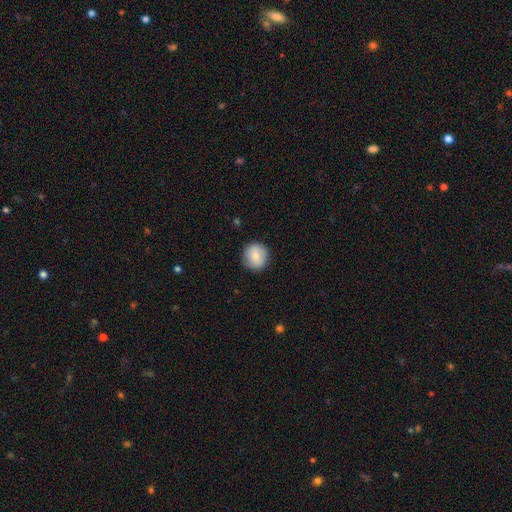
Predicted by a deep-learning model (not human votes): Morphology: type=smooth (77%); roundness=round (92%); merging=none (88%).